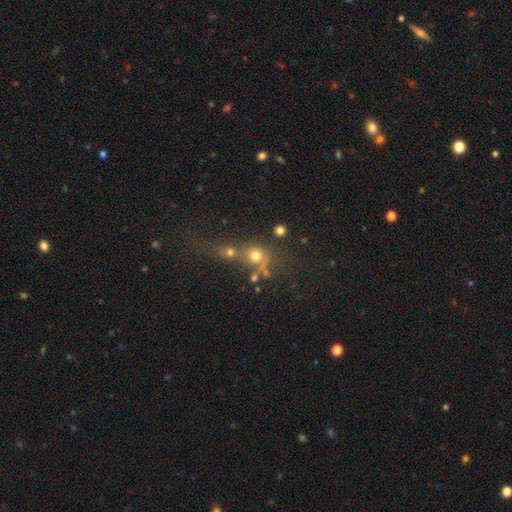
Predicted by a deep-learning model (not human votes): Q: Smooth or featured?
A: smooth (62%); runner-up: star or artifact (23%)
Q: How rounded?
A: round (80%); runner-up: in between (18%)
Q: Merging?
A: merger (41%); runner-up: none (39%)